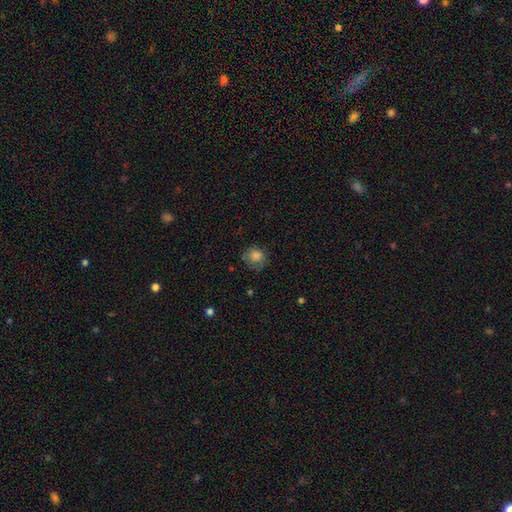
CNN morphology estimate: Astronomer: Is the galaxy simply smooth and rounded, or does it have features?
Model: smooth — 81%.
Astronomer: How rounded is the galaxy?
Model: round — 82%.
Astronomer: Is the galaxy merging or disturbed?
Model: none — 67%.